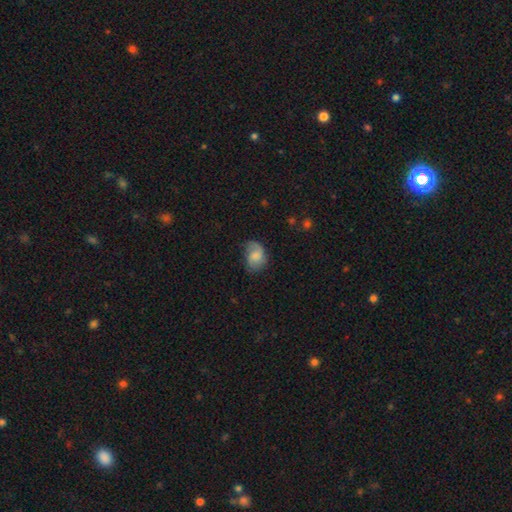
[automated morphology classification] The model was most divided on "smooth or featured": smooth: 54%, featured or disk: 38%, star or artifact: 8%. More confident: how rounded — in between (68%); merging — none (50%).